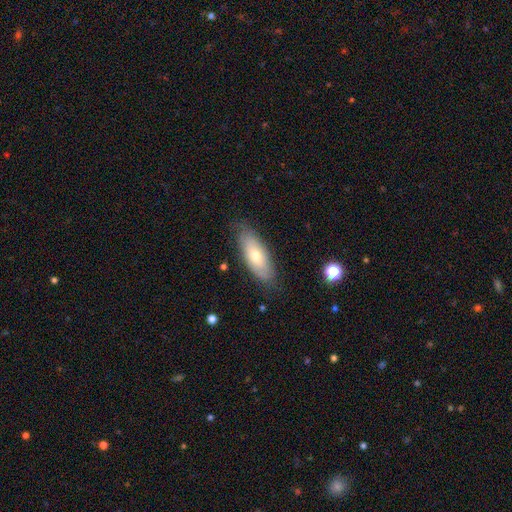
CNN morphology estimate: Smooth or featured?
  - smooth: 57% *
  - featured or disk: 36%
  - star or artifact: 7%
How rounded?
  - in between: 75% *
  - cigar-shaped: 22%
  - round: 2%
Merging?
  - none: 77% *
  - minor disturbance: 17%
  - major disturbance: 4%
  - merger: 1%